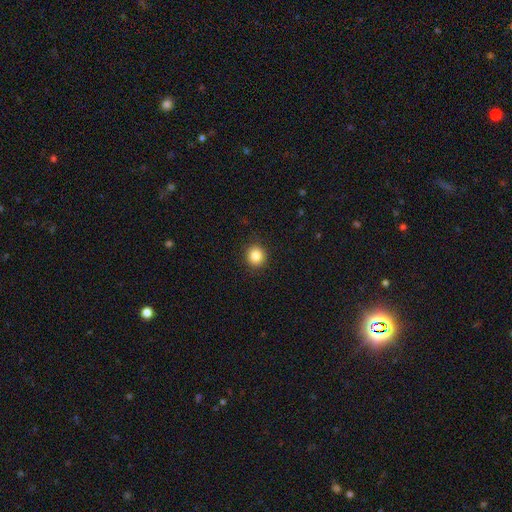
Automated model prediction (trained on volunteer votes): A smooth galaxy with no disk features (85%) that is round (88%).

Vote fractions:
- Smooth or featured? smooth: 85% / star or artifact: 10% / featured or disk: 5%
- How rounded? round: 88% / in between: 11% / cigar-shaped: 1%
- Merging? none: 91% / minor disturbance: 6% / major disturbance: 2% / merger: 1%